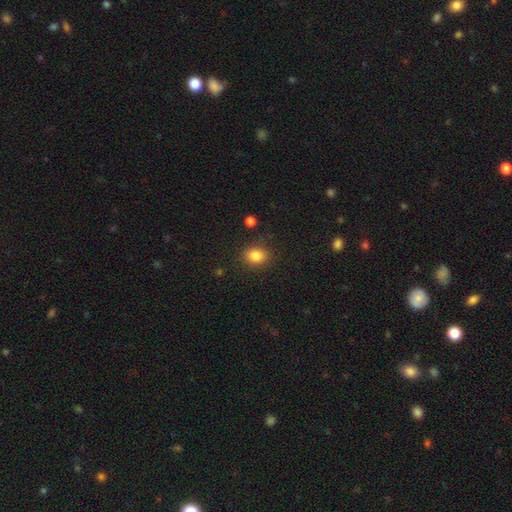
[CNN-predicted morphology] smooth 84%, star or artifact 11%, featured or disk 5%. Down the decision tree: how rounded — round (59%); merging — none (86%).